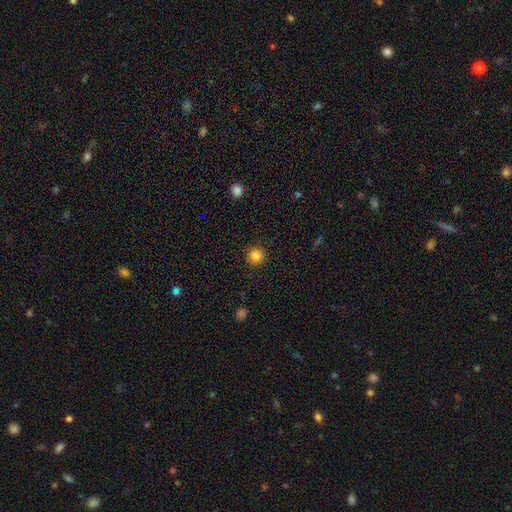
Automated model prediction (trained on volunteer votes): Smooth or featured? smooth (84%)
How rounded? round (94%)
Merging? none (91%)